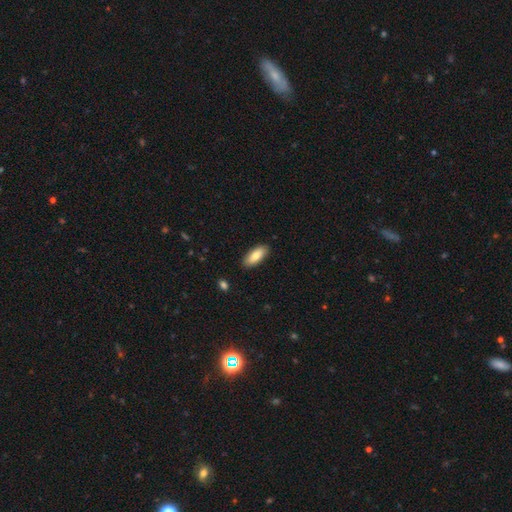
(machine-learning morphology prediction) Smooth or featured? Predicted: smooth (p=0.83). How rounded? Predicted: in between (p=0.82). Merging? Predicted: none (p=0.88).